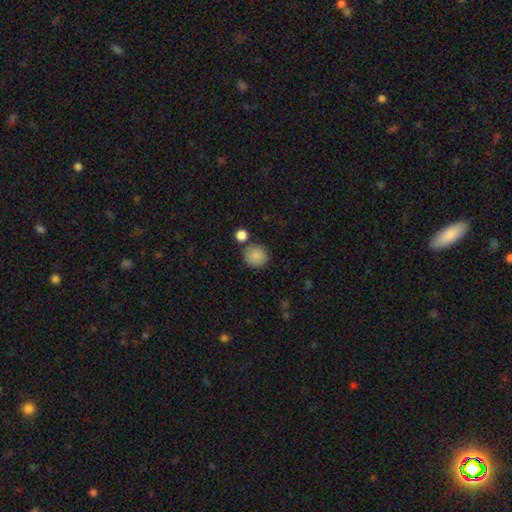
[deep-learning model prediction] smooth-or-featured: smooth: 86% | star or artifact: 8% | featured or disk: 6%
  how-rounded: round: 93% | in between: 7% | cigar-shaped: 1%
  merging: none: 78% | minor disturbance: 10% | merger: 9% | major disturbance: 3%